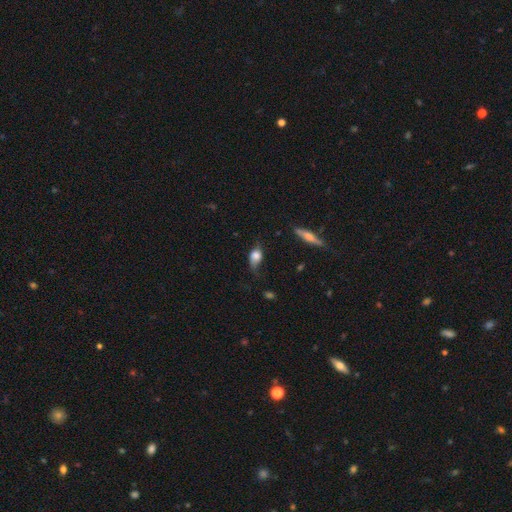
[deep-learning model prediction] Smooth or featured: smooth — 69% (featured or disk — 23%)
How rounded: in between — 77% (round — 16%)
Merging: none — 43% (minor disturbance — 37%)